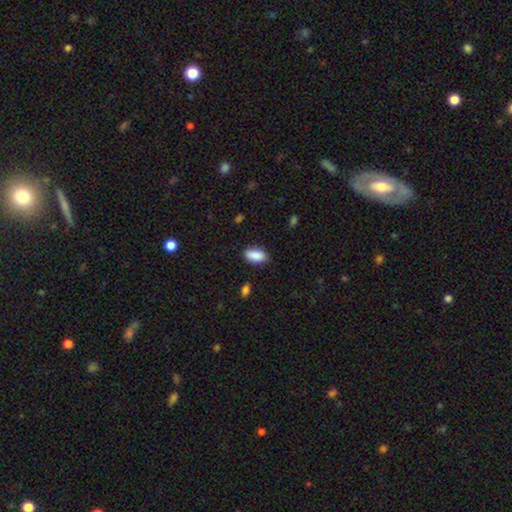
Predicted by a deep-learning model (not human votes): This is clearly a smooth galaxy (89%). How rounded: clearly in between (93%). Merging: clearly none (85%).